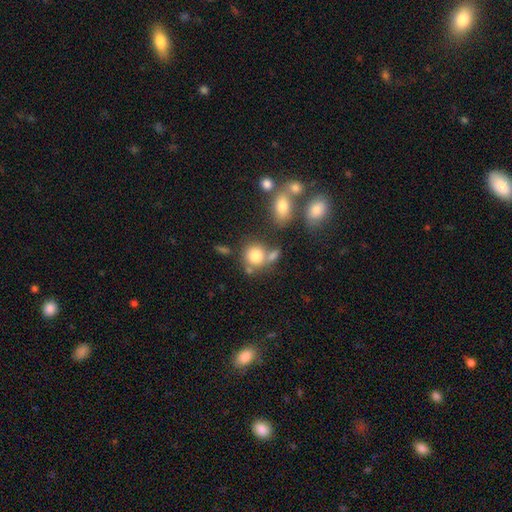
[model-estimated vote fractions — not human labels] Smooth or featured? Predicted: smooth (p=0.78). How rounded? Predicted: round (p=0.78). Merging? Predicted: none (p=0.52).